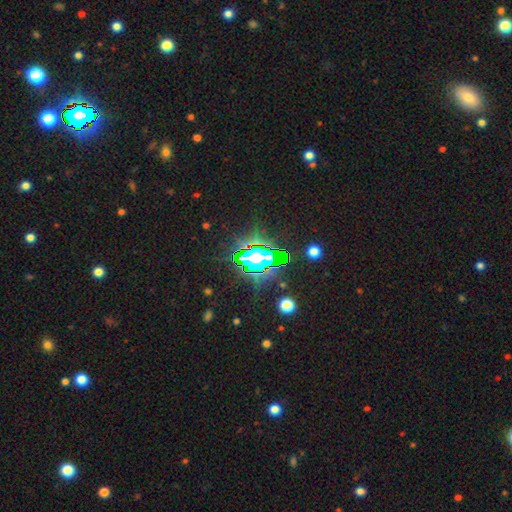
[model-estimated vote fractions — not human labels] This is likely a star or artifact rather than a galaxy (71%).